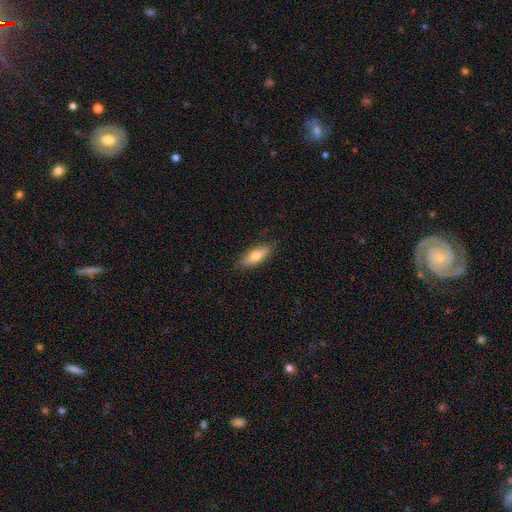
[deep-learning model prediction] Smooth or featured?
  - smooth: 67% *
  - featured or disk: 27%
  - star or artifact: 6%
How rounded?
  - in between: 54% *
  - cigar-shaped: 44%
  - round: 2%
Merging?
  - none: 84% *
  - minor disturbance: 12%
  - major disturbance: 2%
  - merger: 1%